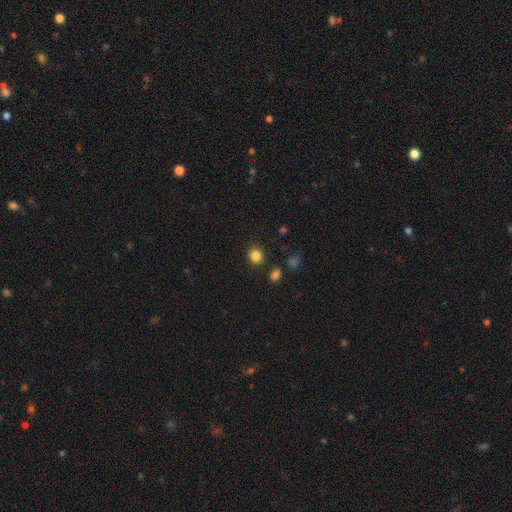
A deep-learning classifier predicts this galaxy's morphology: The model was most divided on "how rounded": round: 73%, in between: 26%, cigar-shaped: 1%. More confident: merging — none (86%); smooth or featured — smooth (84%).